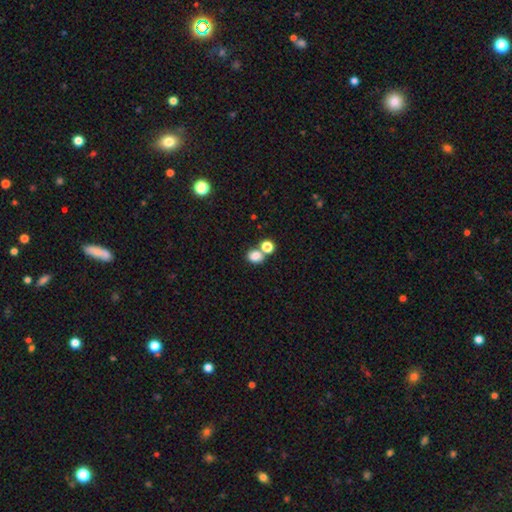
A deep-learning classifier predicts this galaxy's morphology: Q: Smooth or featured?
A: smooth (80%); runner-up: star or artifact (13%)
Q: How rounded?
A: round (59%); runner-up: in between (40%)
Q: Merging?
A: none (51%); runner-up: merger (37%)